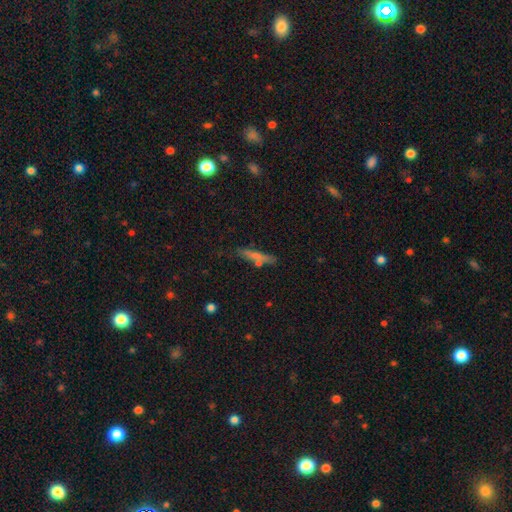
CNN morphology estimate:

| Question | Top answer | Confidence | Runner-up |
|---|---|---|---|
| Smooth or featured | smooth | 59% | featured or disk (29%) |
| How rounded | cigar-shaped | 87% | in between (10%) |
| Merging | none | 79% | minor disturbance (12%) |